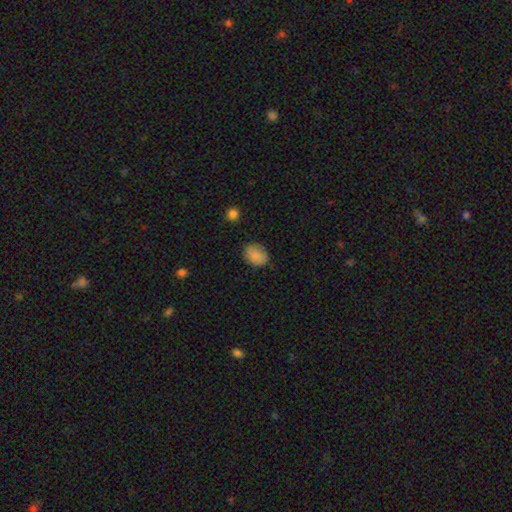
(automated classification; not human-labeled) smooth_or_featured: smooth (p=0.84) [alt: star or artifact p=0.09]
how_rounded: in between (p=0.50) [alt: round p=0.49]
merging: none (p=0.77) [alt: minor disturbance p=0.18]